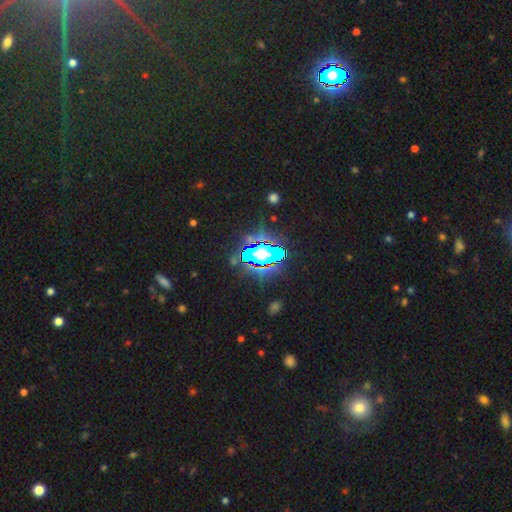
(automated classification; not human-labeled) The model was most divided on "smooth or featured": star or artifact: 80%, smooth: 12%, featured or disk: 8%.